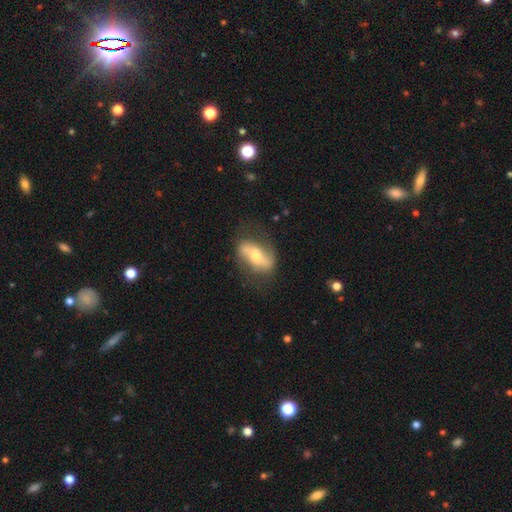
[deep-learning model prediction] A featured or disk galaxy (62%) with a strong bar (36%), spiral arms (74%) and a moderate central bulge (64%). Merging: none (69%).